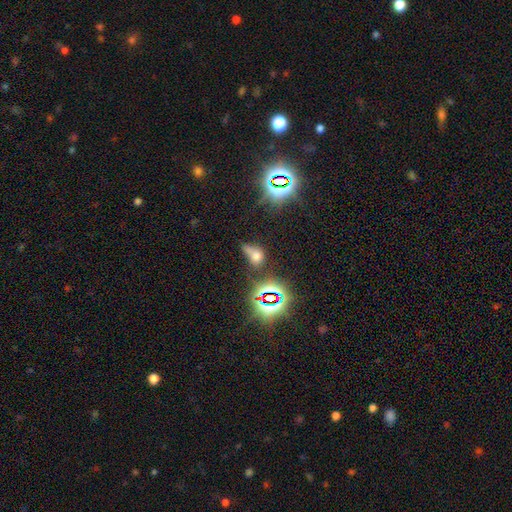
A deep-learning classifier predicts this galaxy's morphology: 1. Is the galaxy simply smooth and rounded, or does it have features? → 51% smooth, 35% star or artifact, 14% featured or disk.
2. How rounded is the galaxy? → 61% in between, 35% round, 5% cigar-shaped.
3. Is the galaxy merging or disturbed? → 34% none, 26% merger, 21% minor disturbance, 19% major disturbance.